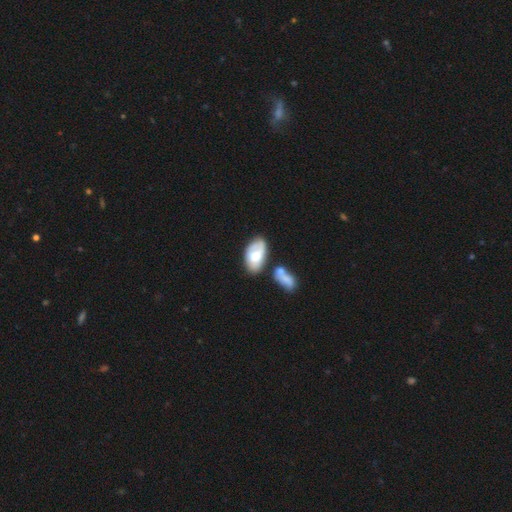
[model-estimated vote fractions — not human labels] This appears to be a smooth galaxy with no disk features (60%) that is in between round and cigar-shaped (94%). Merging: none (44%).